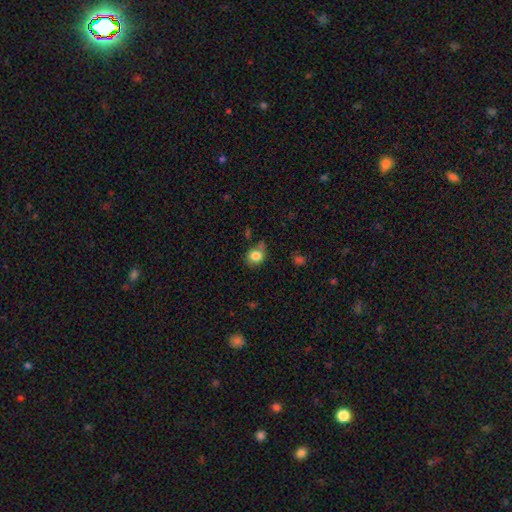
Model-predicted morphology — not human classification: smooth_or_featured: smooth (p=0.82) [alt: star or artifact p=0.10]
how_rounded: round (p=0.64) [alt: in between p=0.35]
merging: none (p=0.62) [alt: minor disturbance p=0.25]